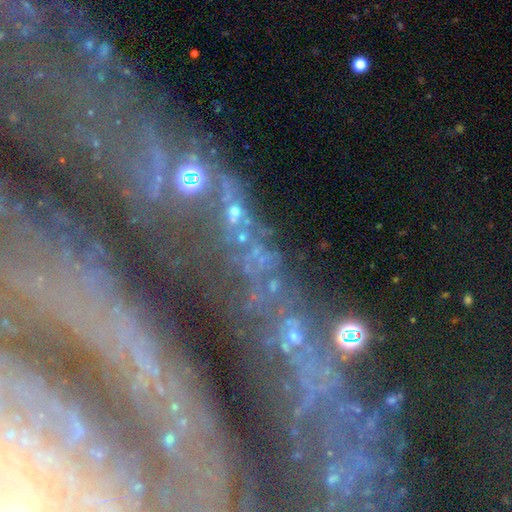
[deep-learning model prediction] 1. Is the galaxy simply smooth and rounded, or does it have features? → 50% star or artifact, 32% featured or disk, 18% smooth.